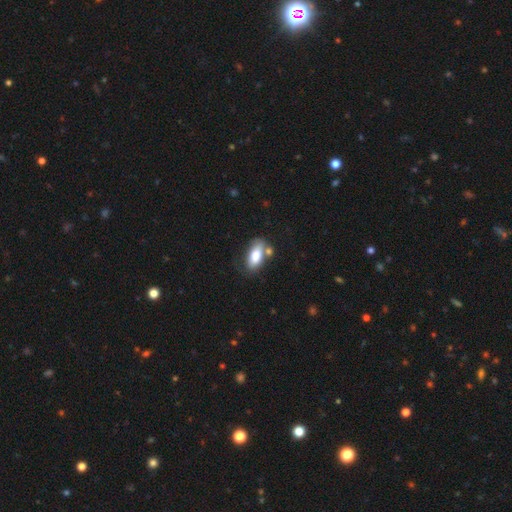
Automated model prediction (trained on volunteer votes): This appears to be a smooth galaxy with no disk features (79%) that is in between round and cigar-shaped (90%). Merging: none (54%).